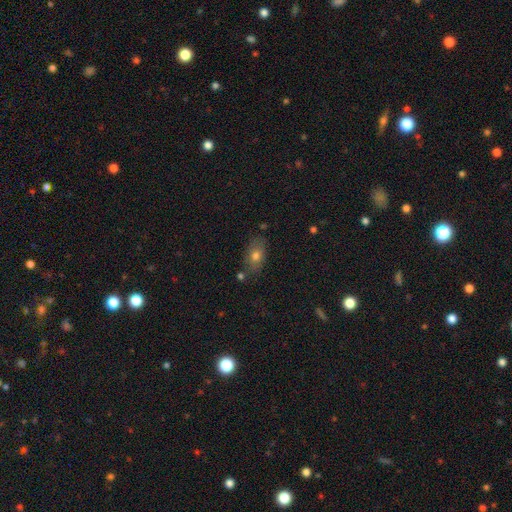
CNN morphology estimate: smooth-or-featured: smooth: 71% | featured or disk: 19% | star or artifact: 10%
  how-rounded: in between: 85% | round: 11% | cigar-shaped: 4%
  merging: none: 72% | minor disturbance: 18% | merger: 6% | major disturbance: 4%